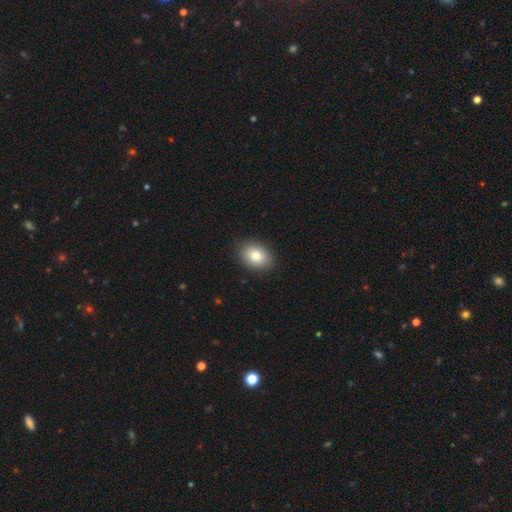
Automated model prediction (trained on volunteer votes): Overall: smooth (82%). How rounded: in between (73%). Merging: none (89%).